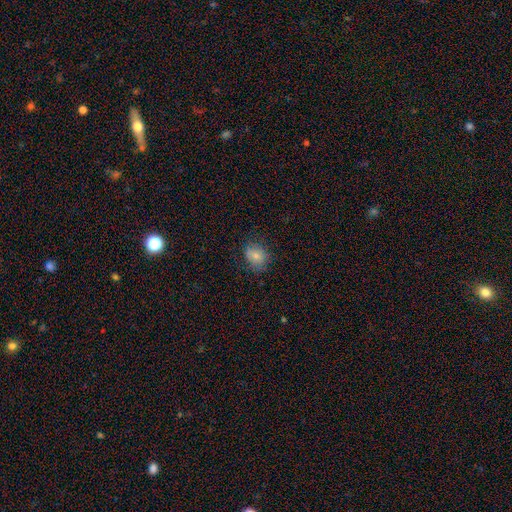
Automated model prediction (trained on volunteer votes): Smooth or featured?
  - smooth: 76% *
  - featured or disk: 14%
  - star or artifact: 10%
How rounded?
  - round: 51% *
  - in between: 48%
  - cigar-shaped: 1%
Merging?
  - none: 72% *
  - minor disturbance: 20%
  - major disturbance: 7%
  - merger: 1%